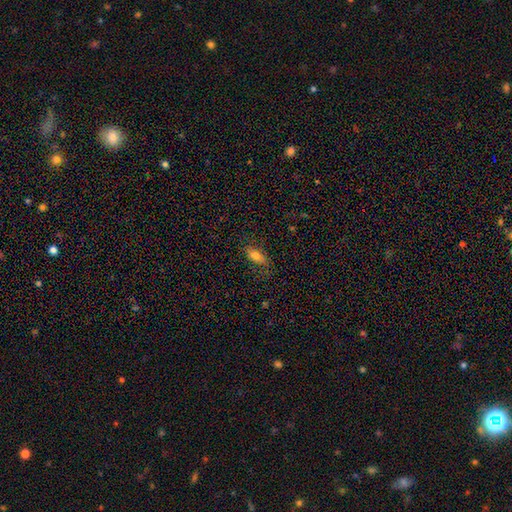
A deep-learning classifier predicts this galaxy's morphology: smooth 72%, featured or disk 19%, star or artifact 9%. Down the decision tree: how rounded — in between (75%); merging — none (77%).